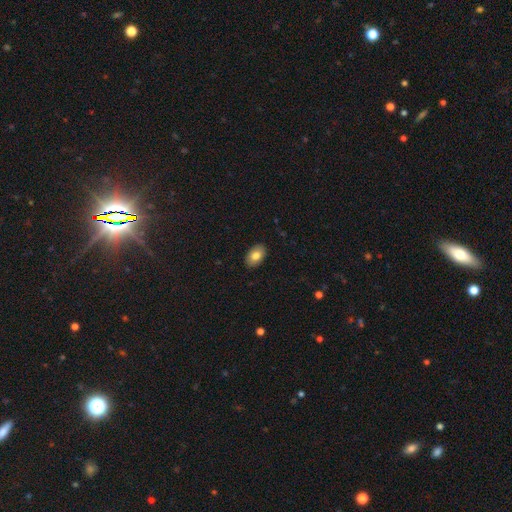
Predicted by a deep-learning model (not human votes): A smooth galaxy with no disk features (81%) that is in between round and cigar-shaped (89%).

Vote fractions:
- Smooth or featured? smooth: 81% / featured or disk: 11% / star or artifact: 7%
- How rounded? in between: 89% / round: 10% / cigar-shaped: 1%
- Merging? none: 89% / minor disturbance: 8% / major disturbance: 2% / merger: 1%